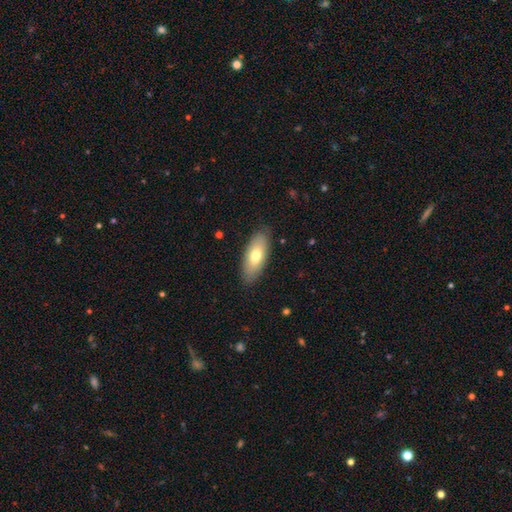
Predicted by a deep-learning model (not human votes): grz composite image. It shows a smooth galaxy with no disk features (68%) that is in between round and cigar-shaped (82%). Merging: none (85%).